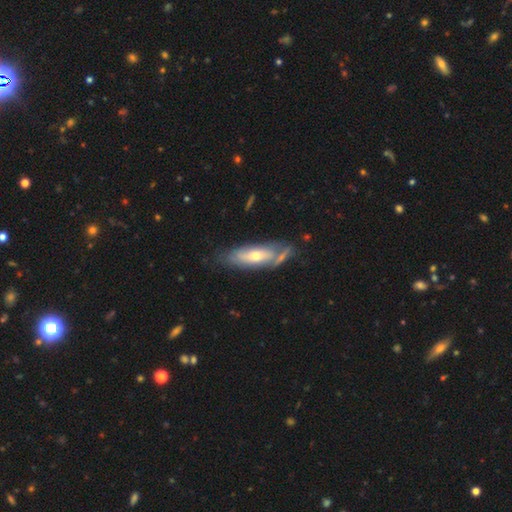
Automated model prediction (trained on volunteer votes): smooth-or-featured: featured or disk: 56% | smooth: 38% | star or artifact: 6%
  disk-edge-on: no: 71% | yes: 29%
  merging: none: 54% | minor disturbance: 22% | merger: 16% | major disturbance: 9%